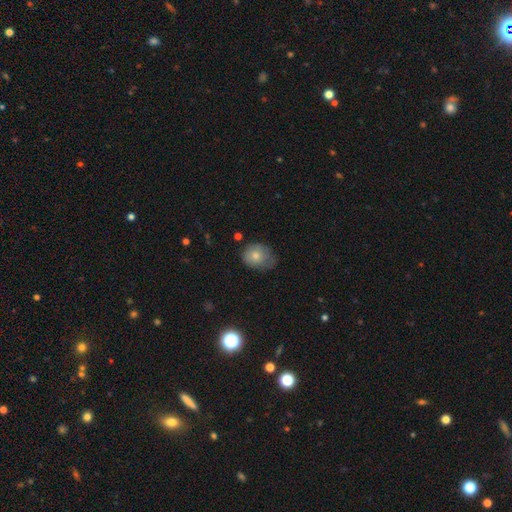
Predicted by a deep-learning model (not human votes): Q: Smooth or featured?
A: smooth (75%); runner-up: featured or disk (16%)
Q: How rounded?
A: round (52%); runner-up: in between (47%)
Q: Merging?
A: none (45%); runner-up: minor disturbance (40%)